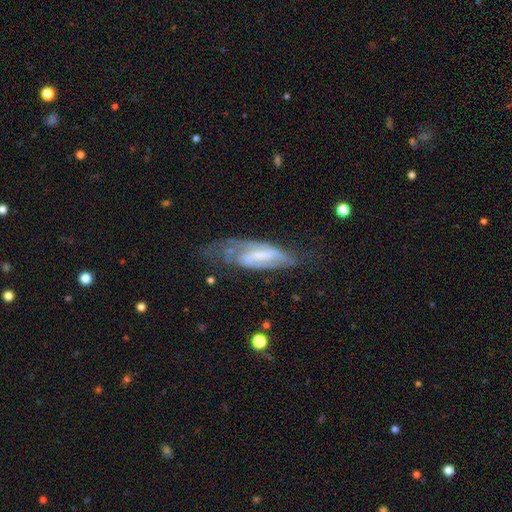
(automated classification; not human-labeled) A featured or disk galaxy (75%) with a strong bar (41%), spiral arms (83%) and a small central bulge (48%). Merging: none (53%).